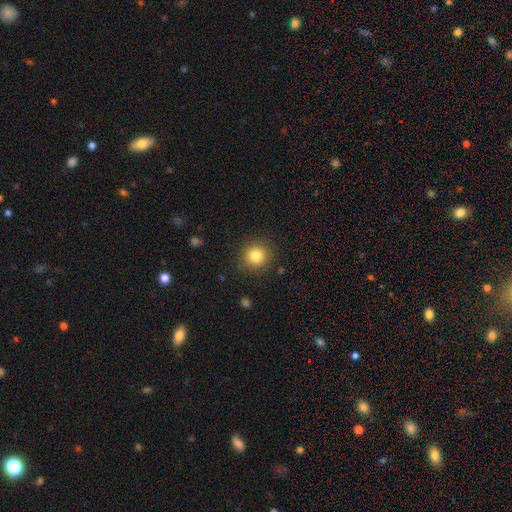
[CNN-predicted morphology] Q: Smooth or featured?
A: smooth (82%); runner-up: star or artifact (11%)
Q: How rounded?
A: round (90%); runner-up: in between (9%)
Q: Merging?
A: none (87%); runner-up: minor disturbance (8%)